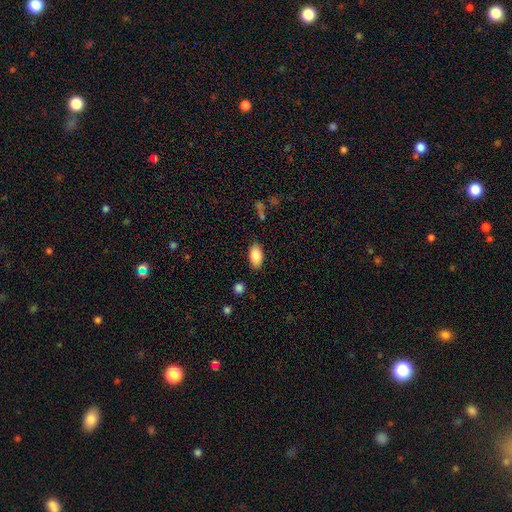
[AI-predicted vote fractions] A smooth galaxy with no disk features (86%) that is in between round and cigar-shaped (93%).

Vote fractions:
- Smooth or featured? smooth: 86% / featured or disk: 7% / star or artifact: 7%
- How rounded? in between: 93% / round: 4% / cigar-shaped: 3%
- Merging? none: 85% / minor disturbance: 11% / major disturbance: 3% / merger: 2%